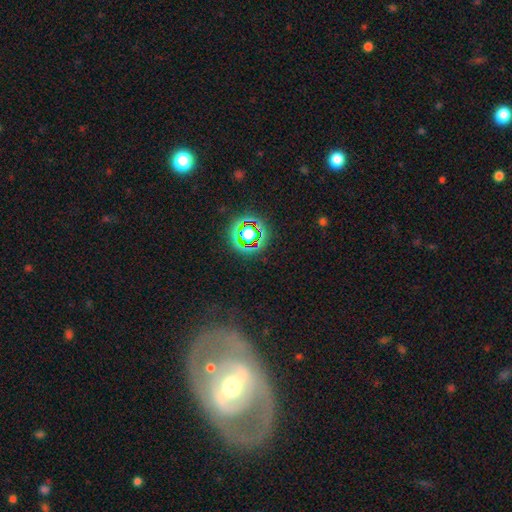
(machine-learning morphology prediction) A featured or disk galaxy (67%) with a strong bar (38%), spiral arms (61%) and a moderate central bulge (50%).

Vote fractions:
- Smooth or featured? featured or disk: 67% / smooth: 20% / star or artifact: 13%
- Edge-on disk? no: 91% / yes: 9%
- Bar? strong: 38% / weak: 36% / no: 26%
- Spiral arms? yes: 61% / no: 39%
- Bulge size? moderate: 50% / small: 39% / large: 6% / none: 2% / dominant: 2%
- Merging? none: 74% / minor disturbance: 13% / major disturbance: 9% / merger: 4%